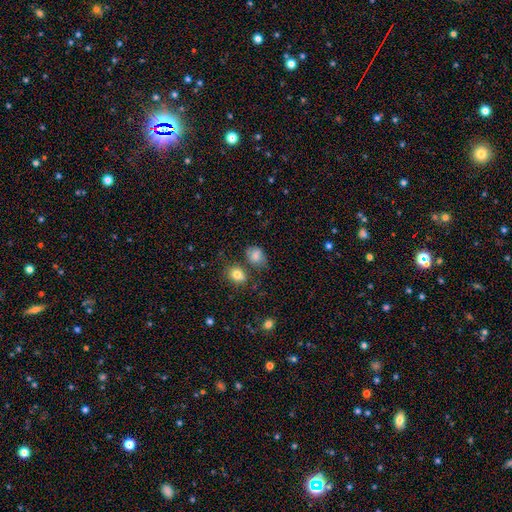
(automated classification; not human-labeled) Smooth or featured? smooth (80%)
How rounded? in between (58%)
Merging? none (59%)